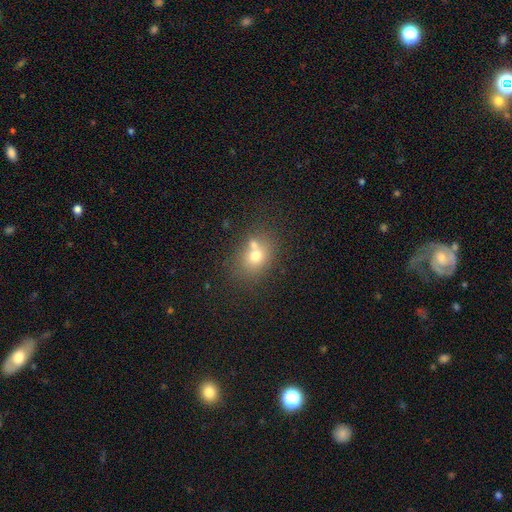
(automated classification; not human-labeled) This is likely a smooth galaxy (67%). How rounded: possibly round (54%). Merging: possibly none (47%).